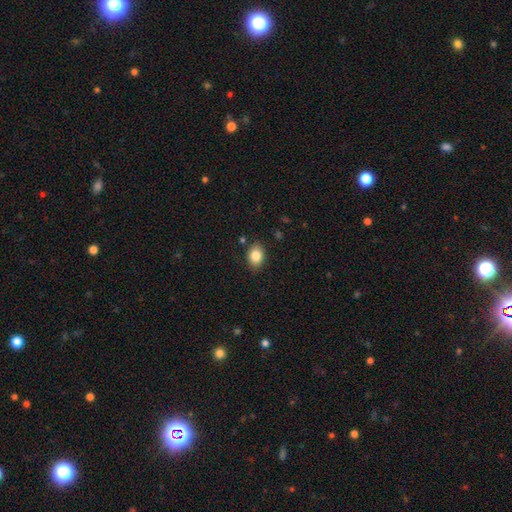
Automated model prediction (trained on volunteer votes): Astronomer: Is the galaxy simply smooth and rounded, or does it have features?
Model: smooth — 84%.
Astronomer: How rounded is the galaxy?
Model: in between — 72%.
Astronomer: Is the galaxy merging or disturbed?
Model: none — 84%.